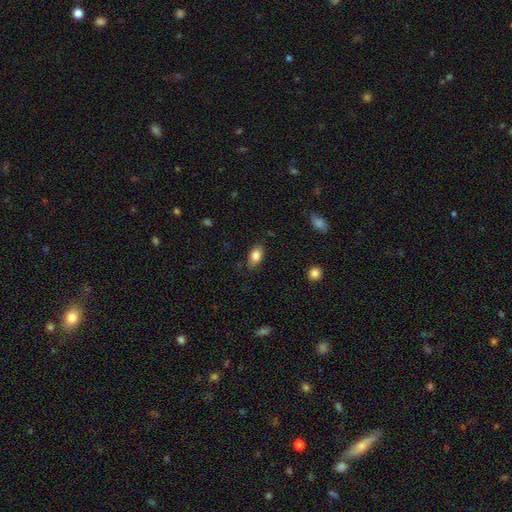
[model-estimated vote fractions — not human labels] This is clearly a smooth galaxy (84%). How rounded: clearly in between (89%). Merging: clearly none (81%).